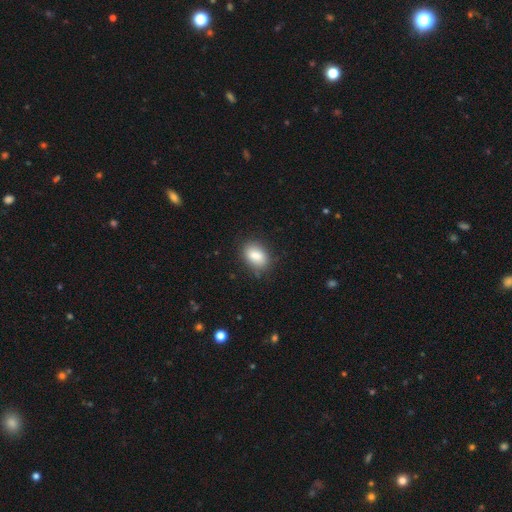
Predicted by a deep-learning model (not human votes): smooth-or-featured: smooth: 86% | star or artifact: 8% | featured or disk: 6%
  how-rounded: in between: 82% | round: 17% | cigar-shaped: 1%
  merging: none: 80% | minor disturbance: 15% | major disturbance: 4% | merger: 1%